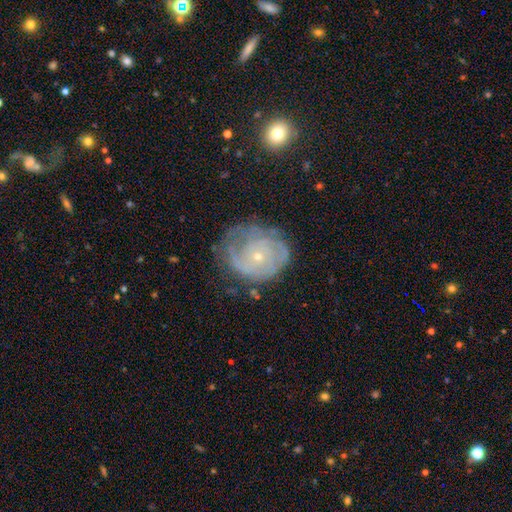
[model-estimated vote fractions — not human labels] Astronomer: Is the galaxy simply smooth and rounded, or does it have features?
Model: featured or disk — 72%.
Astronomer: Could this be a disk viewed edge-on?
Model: no — 97%.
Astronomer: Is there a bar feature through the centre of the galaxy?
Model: no — 82%.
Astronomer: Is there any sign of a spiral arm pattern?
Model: yes — 87%.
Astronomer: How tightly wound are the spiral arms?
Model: tight — 72%.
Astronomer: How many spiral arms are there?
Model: can't tell — 43% (runner-up: 2, 24%).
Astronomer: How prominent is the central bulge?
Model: small — 79%.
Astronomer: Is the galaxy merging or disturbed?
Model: none — 68%.